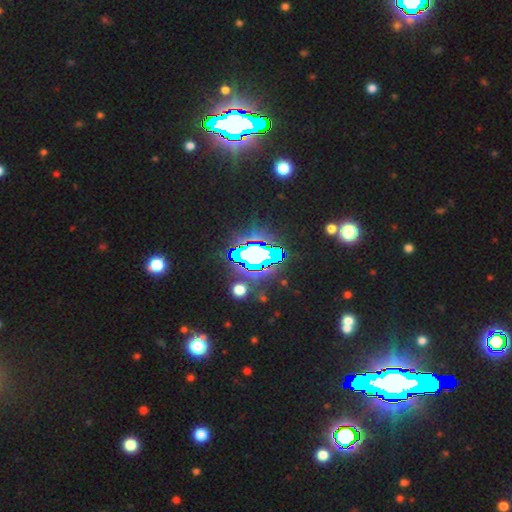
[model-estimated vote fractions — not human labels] smooth_or_featured: star or artifact (p=0.70) [alt: smooth p=0.16]